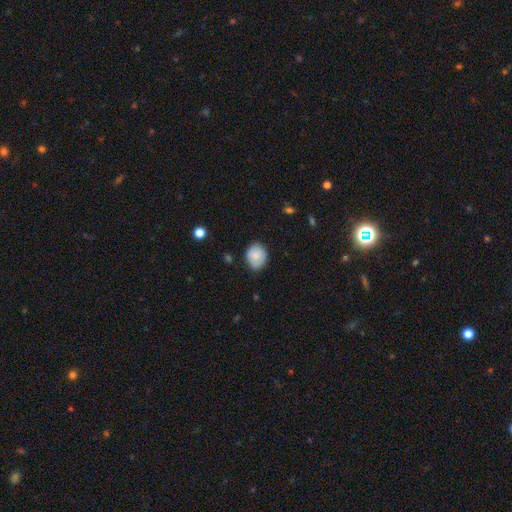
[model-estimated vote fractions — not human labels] Smooth or featured? Predicted: smooth (p=0.75). How rounded? Predicted: round (p=0.53). Merging? Predicted: none (p=0.74).